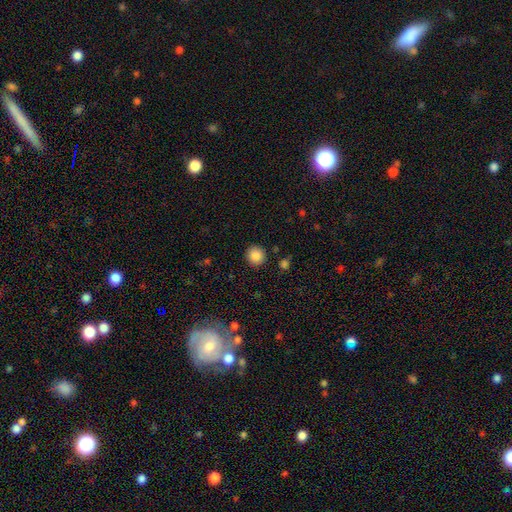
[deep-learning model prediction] smooth_or_featured: smooth (p=0.86) [alt: star or artifact p=0.09]
how_rounded: round (p=0.92) [alt: in between p=0.07]
merging: none (p=0.90) [alt: minor disturbance p=0.06]